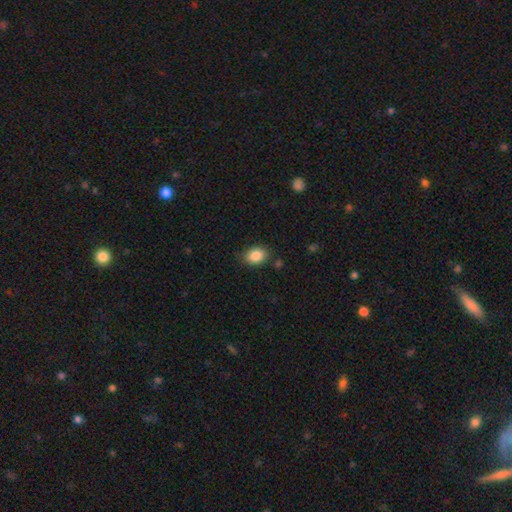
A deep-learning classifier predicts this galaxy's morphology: Smooth or featured? smooth (86%)
How rounded? in between (67%)
Merging? none (79%)